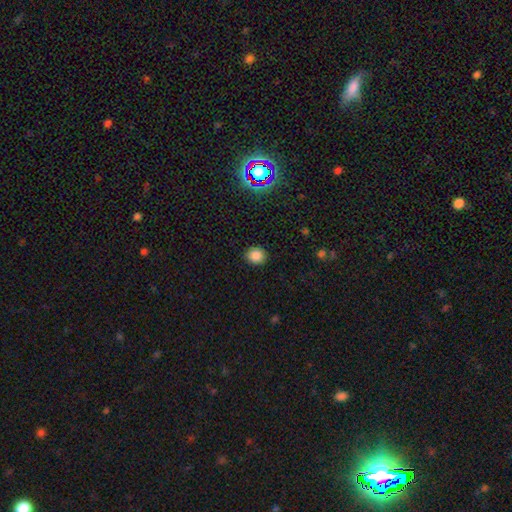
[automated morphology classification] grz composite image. It shows a smooth galaxy with no disk features (85%) that is round (83%). Merging: none (91%).